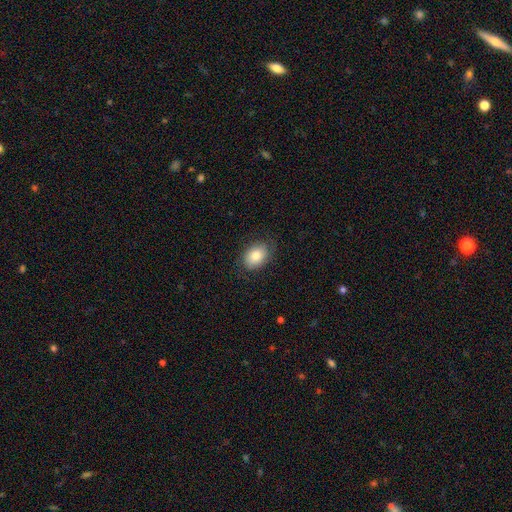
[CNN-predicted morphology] Q: Smooth or featured?
A: smooth (80%); runner-up: featured or disk (13%)
Q: How rounded?
A: in between (76%); runner-up: round (23%)
Q: Merging?
A: none (76%); runner-up: minor disturbance (18%)